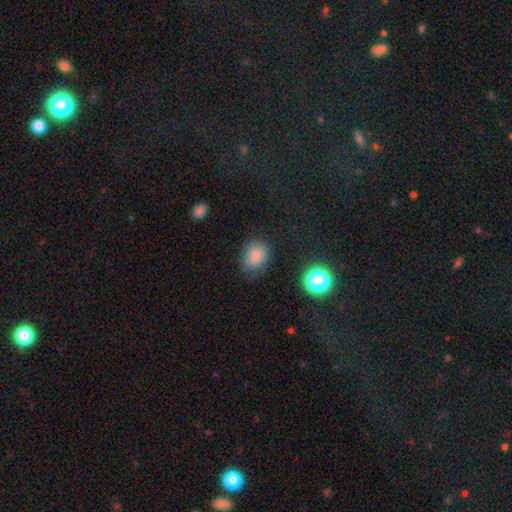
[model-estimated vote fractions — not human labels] This is clearly a smooth galaxy (82%). How rounded: possibly in between (50%). Merging: likely none (74%).